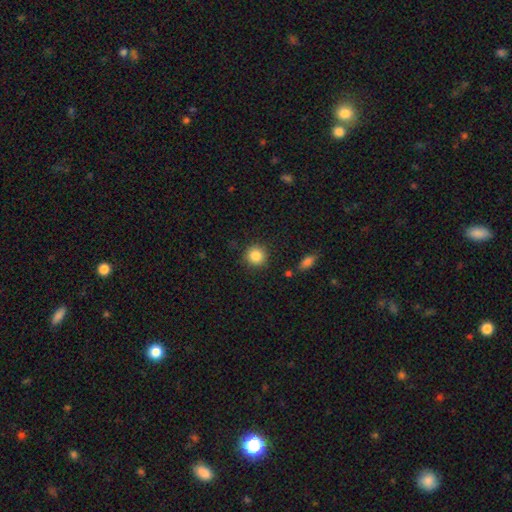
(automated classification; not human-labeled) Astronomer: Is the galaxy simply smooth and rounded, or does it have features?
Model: smooth — 86%.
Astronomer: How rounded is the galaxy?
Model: round — 92%.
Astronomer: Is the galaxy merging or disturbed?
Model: none — 88%.